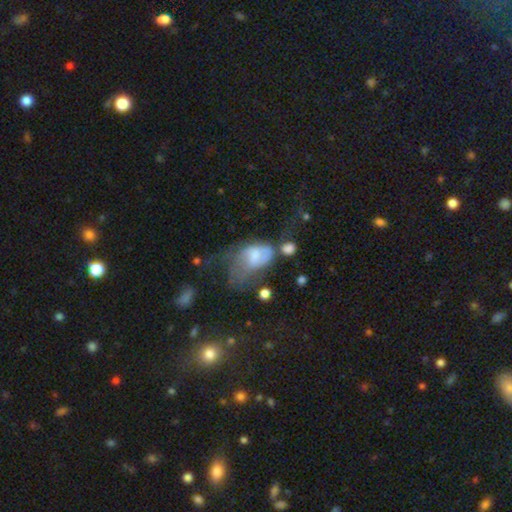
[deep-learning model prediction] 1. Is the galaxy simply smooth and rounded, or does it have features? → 50% smooth, 40% featured or disk, 10% star or artifact.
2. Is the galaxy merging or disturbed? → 50% major disturbance, 21% merger, 16% minor disturbance, 13% none.